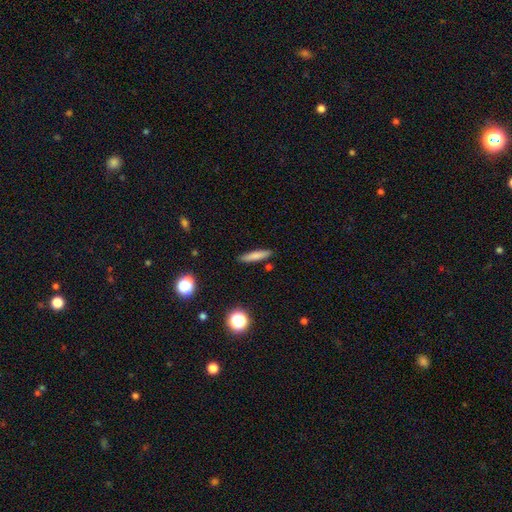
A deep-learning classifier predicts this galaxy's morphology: Smooth or featured? smooth (76%)
How rounded? cigar-shaped (86%)
Merging? none (88%)